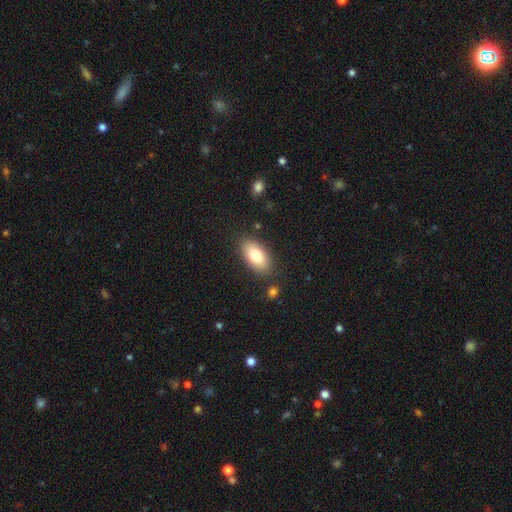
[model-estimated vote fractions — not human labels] The model was most divided on "smooth or featured": smooth: 79%, featured or disk: 14%, star or artifact: 7%. More confident: how rounded — in between (91%); merging — none (85%).